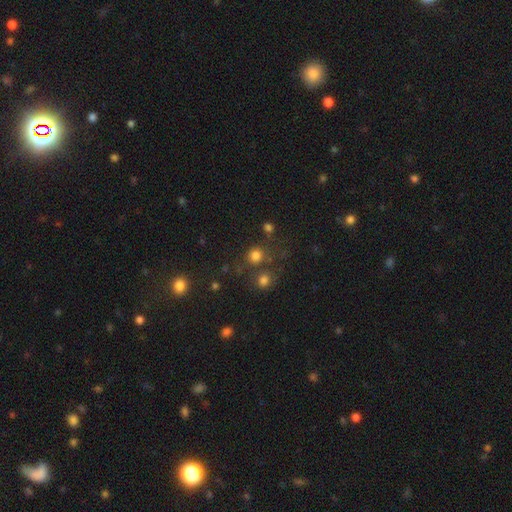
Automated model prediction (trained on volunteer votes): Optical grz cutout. It shows a smooth galaxy with no disk features (77%) that is round (88%). Merging: none (67%).